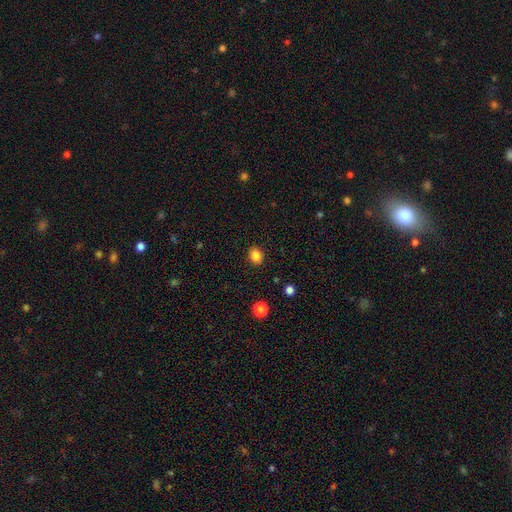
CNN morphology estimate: Smooth or featured? smooth (85%)
How rounded? in between (54%)
Merging? none (90%)